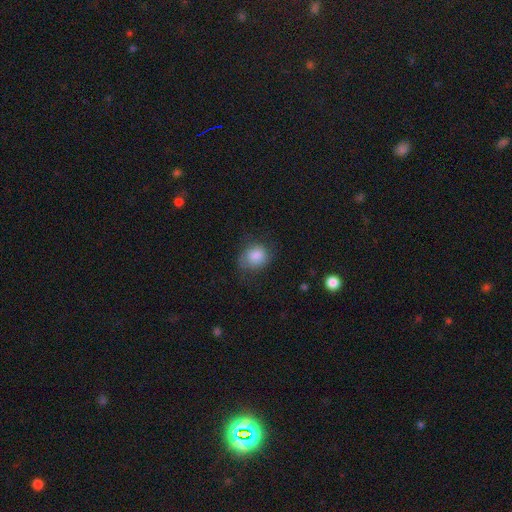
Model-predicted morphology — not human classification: smooth 83%, featured or disk 9%, star or artifact 8%. Down the decision tree: how rounded — round (61%); merging — none (56%).